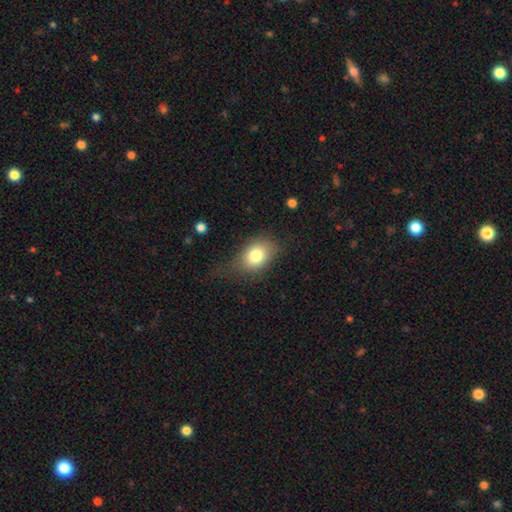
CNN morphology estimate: smooth-or-featured: smooth: 78% | featured or disk: 13% | star or artifact: 9%
  how-rounded: in between: 71% | round: 27% | cigar-shaped: 1%
  merging: none: 57% | minor disturbance: 26% | major disturbance: 15% | merger: 2%